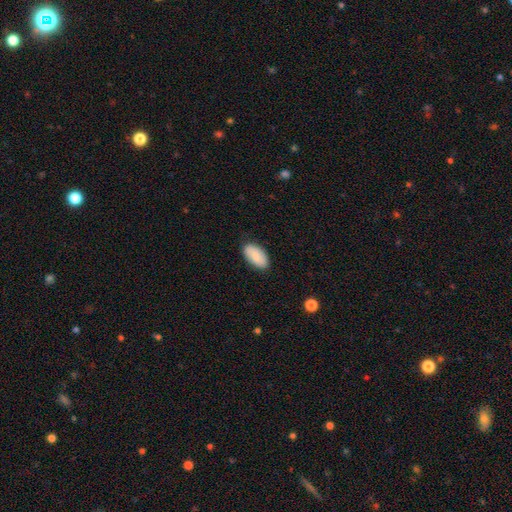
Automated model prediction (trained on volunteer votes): The model was most divided on "smooth or featured": smooth: 80%, featured or disk: 14%, star or artifact: 6%. More confident: how rounded — in between (95%); merging — none (85%).